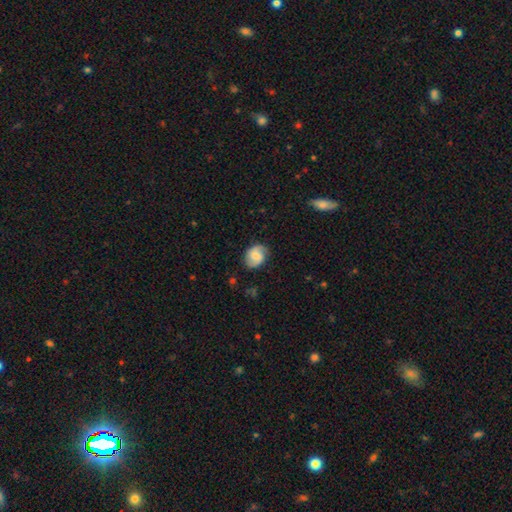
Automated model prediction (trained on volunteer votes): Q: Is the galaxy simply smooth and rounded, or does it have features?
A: featured or disk — 49%.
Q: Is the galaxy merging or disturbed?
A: none — 78%.